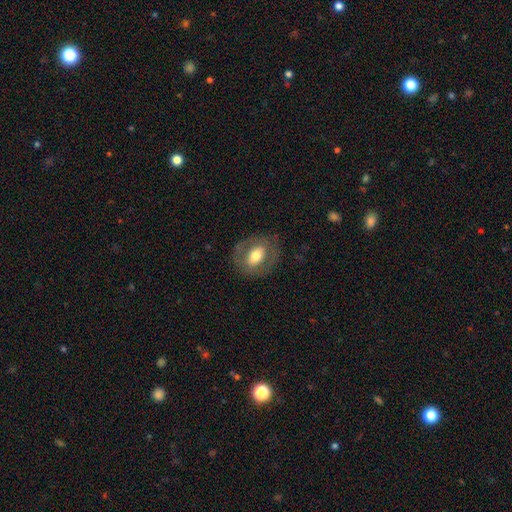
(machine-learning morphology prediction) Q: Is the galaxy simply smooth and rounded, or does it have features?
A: smooth — 51%.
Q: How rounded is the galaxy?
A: in between — 63%.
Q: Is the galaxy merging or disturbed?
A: none — 78%.